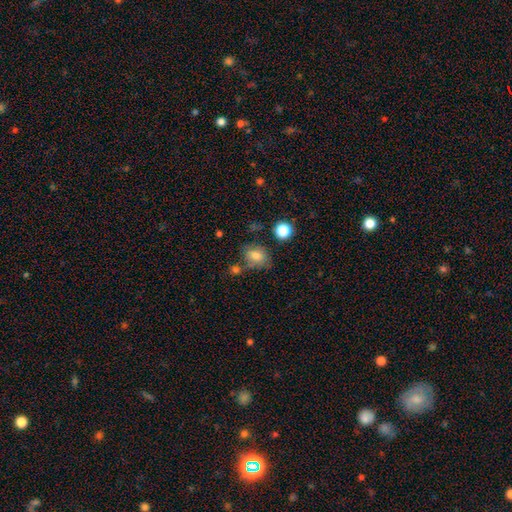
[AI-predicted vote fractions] Smooth or featured? Predicted: smooth (p=0.76). How rounded? Predicted: in between (p=0.63). Merging? Predicted: none (p=0.61).